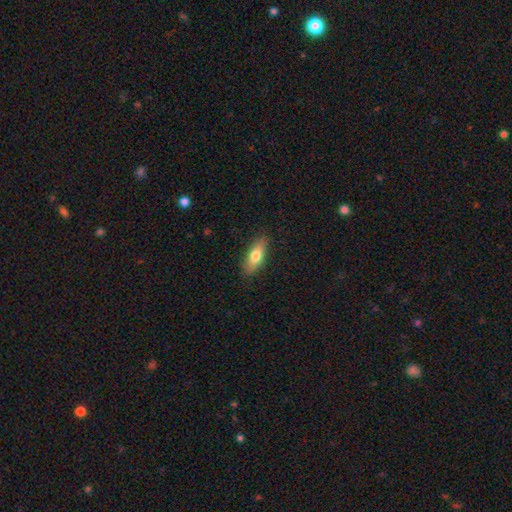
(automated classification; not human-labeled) smooth 71%, featured or disk 23%, star or artifact 6%. Down the decision tree: how rounded — in between (66%); merging — none (86%).